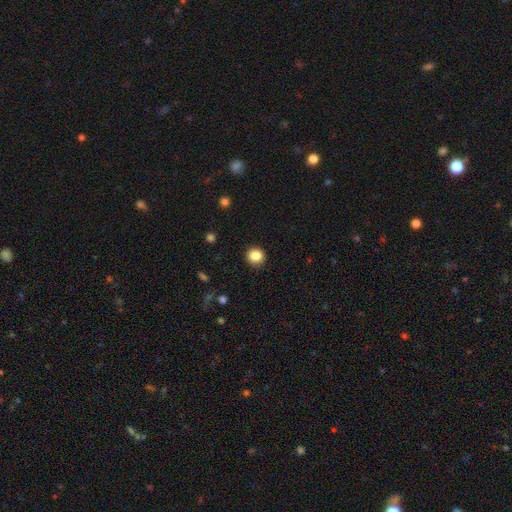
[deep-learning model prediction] Morphology: type=smooth (86%); roundness=round (91%); merging=none (91%).